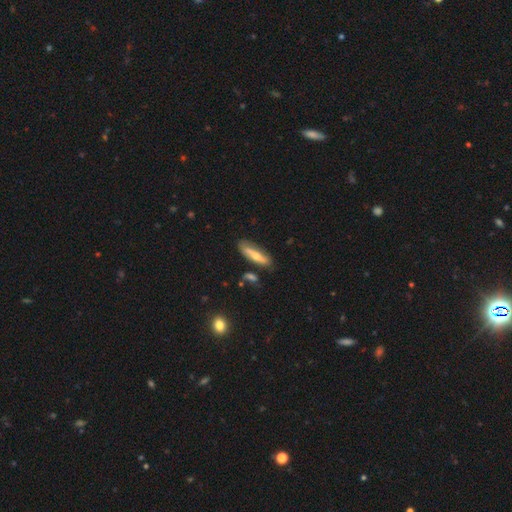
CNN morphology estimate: Smooth or featured?
  - smooth: 51% *
  - featured or disk: 43%
  - star or artifact: 6%
How rounded?
  - cigar-shaped: 66% *
  - in between: 31%
  - round: 2%
Merging?
  - none: 73% *
  - minor disturbance: 18%
  - merger: 5%
  - major disturbance: 5%